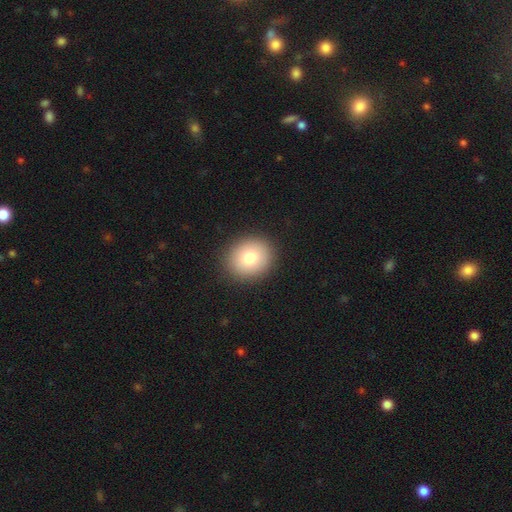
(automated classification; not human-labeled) Smooth or featured? smooth (80%)
How rounded? round (72%)
Merging? none (92%)